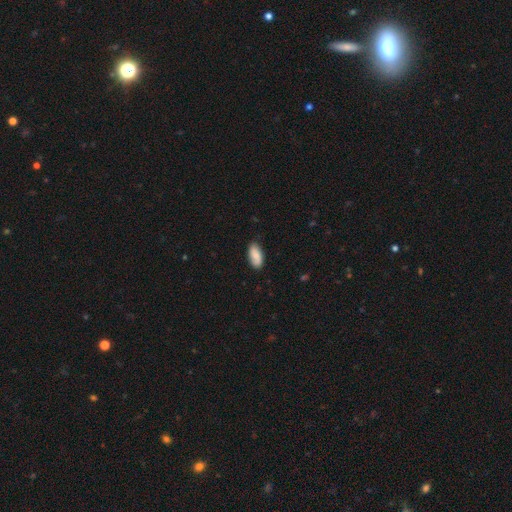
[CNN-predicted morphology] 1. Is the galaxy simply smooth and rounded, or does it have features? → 81% smooth, 13% featured or disk, 7% star or artifact.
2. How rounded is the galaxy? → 92% in between, 5% cigar-shaped, 2% round.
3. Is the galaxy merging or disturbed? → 82% none, 14% minor disturbance, 3% major disturbance, 1% merger.